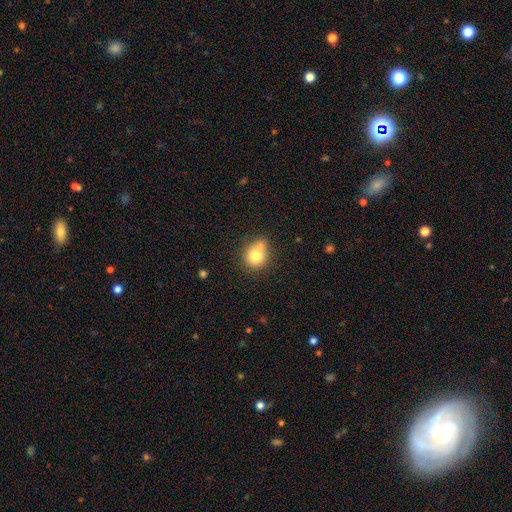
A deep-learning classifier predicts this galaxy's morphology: smooth 77%, featured or disk 13%, star or artifact 11%. Down the decision tree: how rounded — round (67%); merging — none (47%).